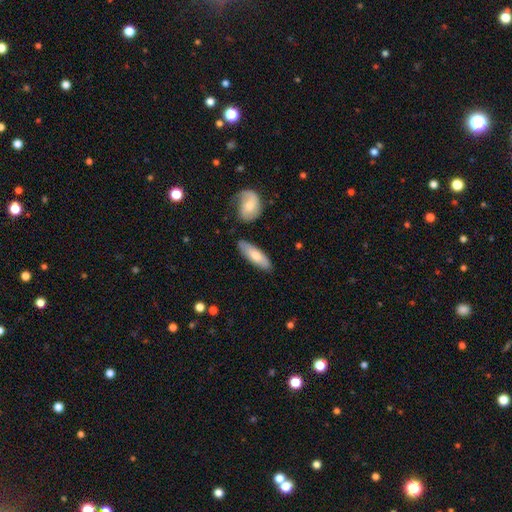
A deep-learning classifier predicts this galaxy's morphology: Overall: smooth (69%). How rounded: in between (52%; cigar-shaped 45%). Merging: none (80%).